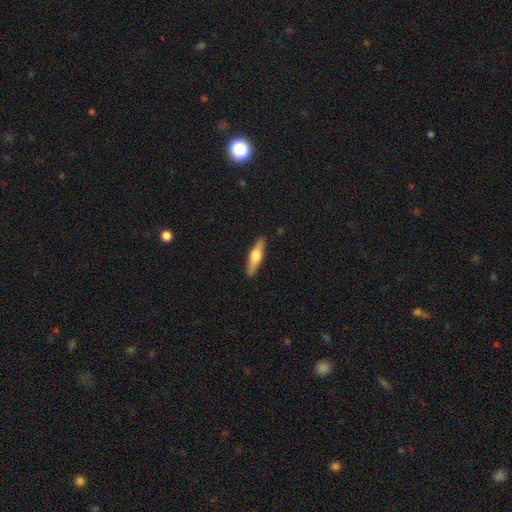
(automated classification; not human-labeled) smooth-or-featured: smooth: 52% | featured or disk: 42% | star or artifact: 5%
  how-rounded: cigar-shaped: 71% | in between: 27% | round: 2%
  merging: none: 90% | minor disturbance: 8% | major disturbance: 2% | merger: 1%